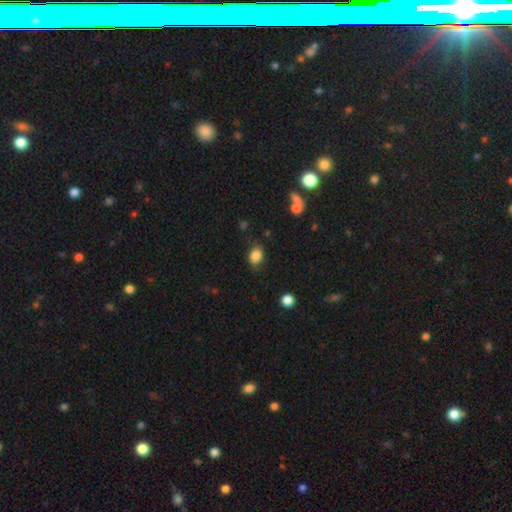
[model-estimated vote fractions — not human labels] Smooth or featured? smooth (85%)
How rounded? in between (64%)
Merging? none (74%)